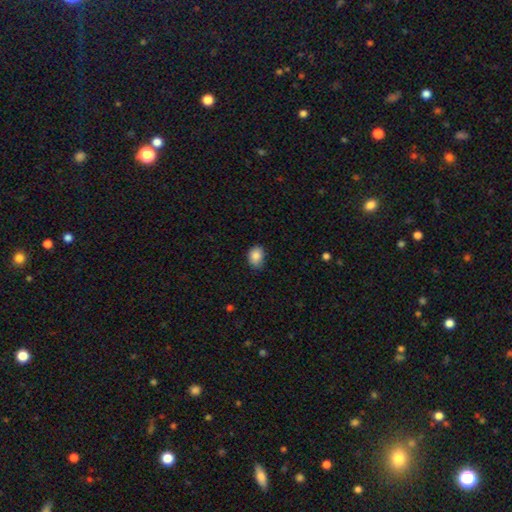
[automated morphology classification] smooth_or_featured: smooth (p=0.86) [alt: star or artifact p=0.09]
how_rounded: in between (p=0.65) [alt: round p=0.34]
merging: none (p=0.75) [alt: minor disturbance p=0.21]